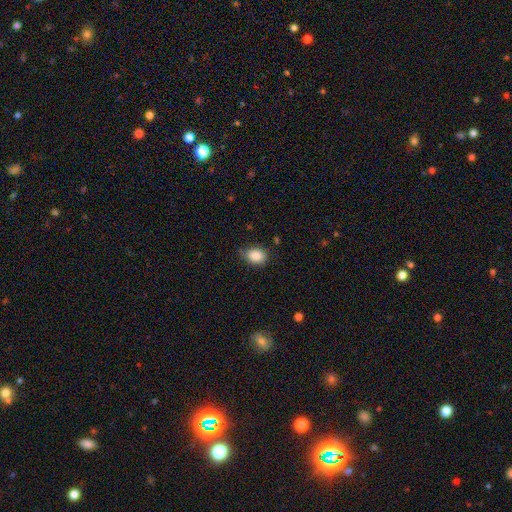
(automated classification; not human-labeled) A smooth galaxy with no disk features (87%) that is in between round and cigar-shaped (68%). Merging: none (68%).